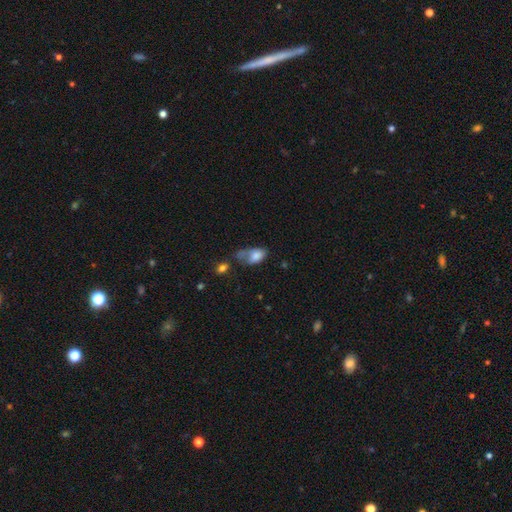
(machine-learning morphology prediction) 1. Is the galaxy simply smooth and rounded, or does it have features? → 76% smooth, 15% featured or disk, 9% star or artifact.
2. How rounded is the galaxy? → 90% in between, 8% round, 2% cigar-shaped.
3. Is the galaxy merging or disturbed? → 26% major disturbance (tied), 26% minor disturbance (tied), 24% none, 23% merger.